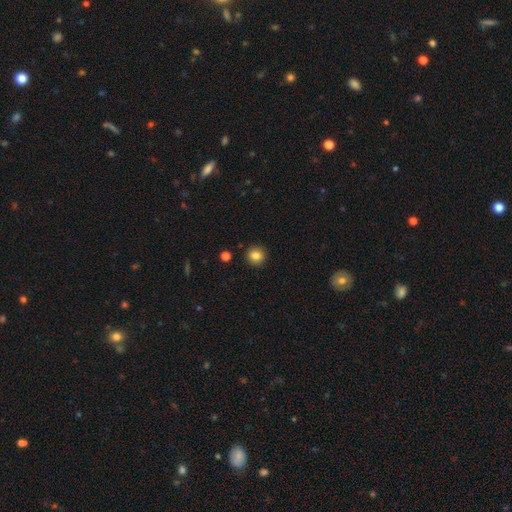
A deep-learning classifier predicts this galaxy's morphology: Smooth or featured? smooth (84%)
How rounded? round (92%)
Merging? none (92%)